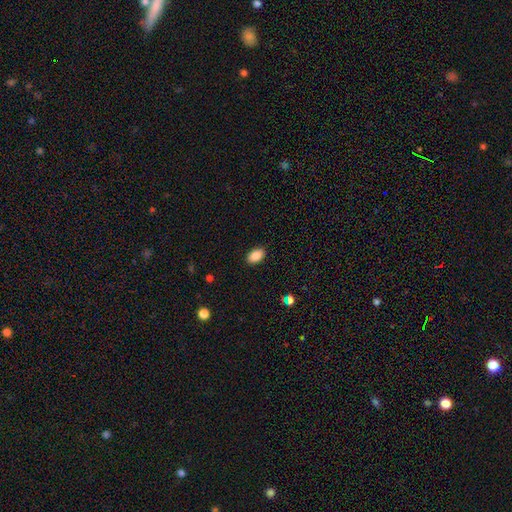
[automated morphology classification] The model was most divided on "smooth or featured": smooth: 88%, star or artifact: 8%, featured or disk: 4%. More confident: how rounded — in between (91%); merging — none (89%).